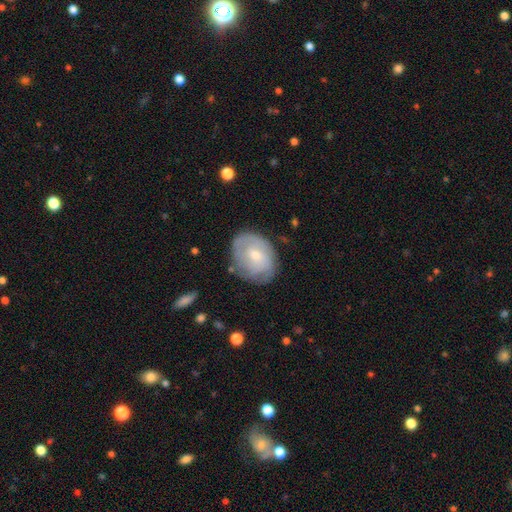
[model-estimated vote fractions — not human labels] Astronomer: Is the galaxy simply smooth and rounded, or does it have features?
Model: featured or disk — 56% (runner-up: smooth, 38%).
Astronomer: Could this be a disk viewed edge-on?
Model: no — 97%.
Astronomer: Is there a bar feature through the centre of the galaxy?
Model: no — 63%.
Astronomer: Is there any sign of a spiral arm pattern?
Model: yes — 74%.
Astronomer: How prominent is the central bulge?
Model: small — 55% (runner-up: moderate, 39%).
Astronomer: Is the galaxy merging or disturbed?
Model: none — 70%.